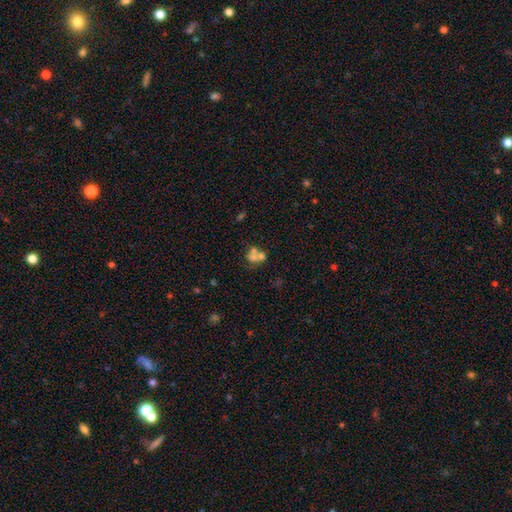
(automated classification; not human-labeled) smooth 55%, featured or disk 29%, star or artifact 15%. Down the decision tree: how rounded — round (59%); merging — merger (60%).